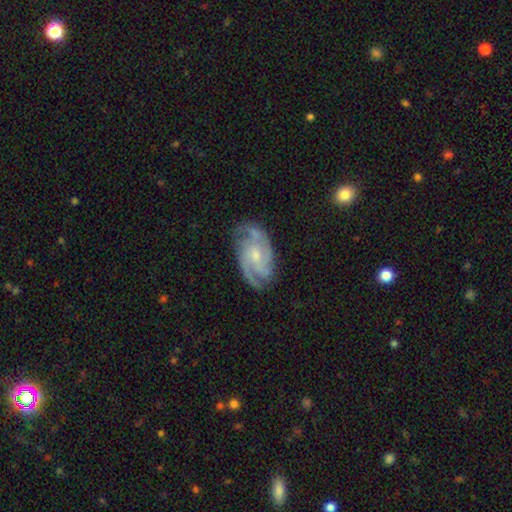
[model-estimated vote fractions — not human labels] smooth-or-featured: featured or disk: 88% | smooth: 7% | star or artifact: 5%
  disk-edge-on: no: 97% | yes: 3%
    bar: no: 53% | weak: 39% | strong: 8%
    has-spiral-arms: yes: 97% | no: 3%
      spiral-winding: medium: 46% | tight: 44% | loose: 10%
      spiral-arm-count: 2: 39% | 3: 36% | can't tell: 11% | 4: 6% | 1: 4% | more than 4: 4%
    bulge-size: small: 55% | moderate: 39% | none: 4% | large: 2% | dominant: 1%
  merging: none: 74% | minor disturbance: 18% | major disturbance: 6% | merger: 1%